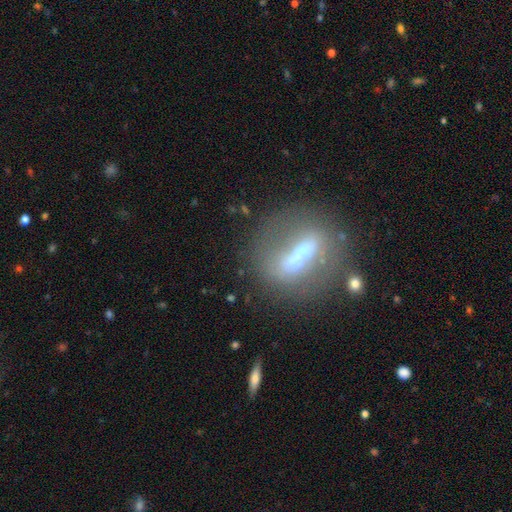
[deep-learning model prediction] Overall: featured or disk (49%; smooth 37%). Merging: none (64%).